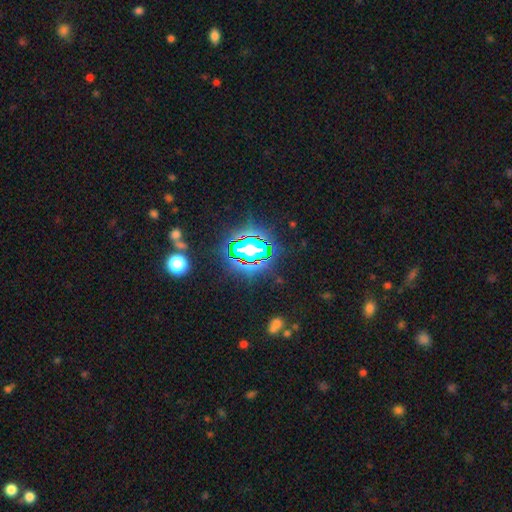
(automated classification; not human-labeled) Smooth or featured?
  - star or artifact: 74% *
  - smooth: 15%
  - featured or disk: 11%